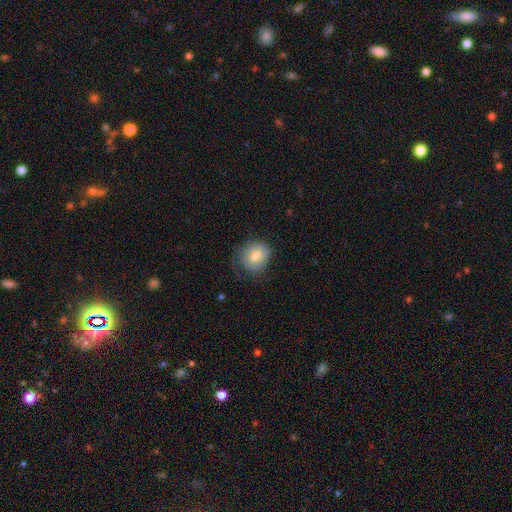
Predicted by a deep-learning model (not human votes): smooth_or_featured: smooth (p=0.73) [alt: featured or disk p=0.19]
how_rounded: round (p=0.72) [alt: in between p=0.27]
merging: none (p=0.68) [alt: minor disturbance p=0.22]